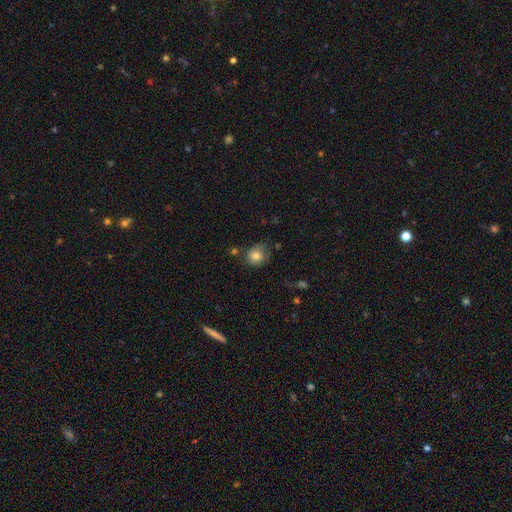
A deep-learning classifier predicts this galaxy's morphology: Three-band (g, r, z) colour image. It shows a smooth galaxy with no disk features (80%) that is round (65%). Merging: none (65%).